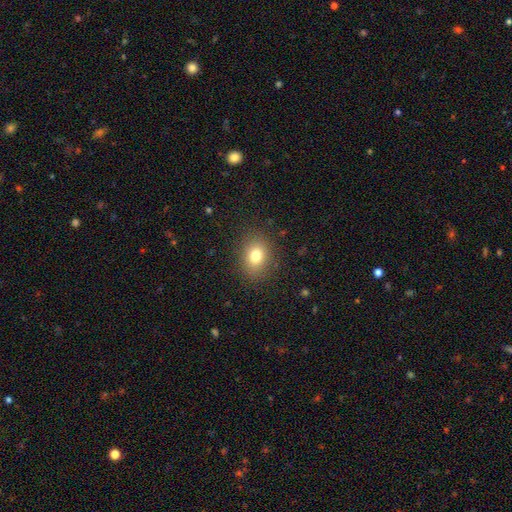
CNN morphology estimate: Overall: smooth (78%). How rounded: in between (57%; round 42%). Merging: none (87%).